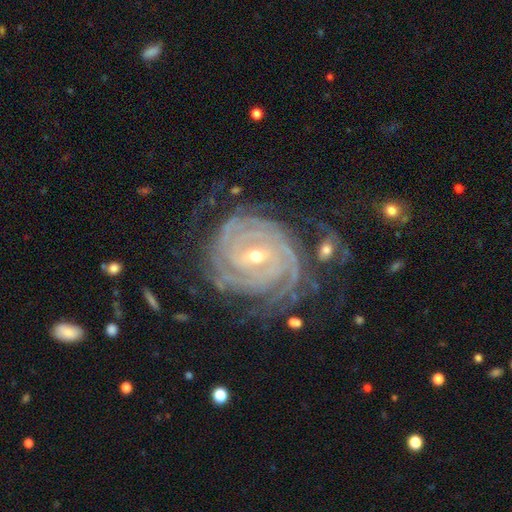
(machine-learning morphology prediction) This appears to be a featured or disk galaxy (92%) with a weak bar (45%), 4 (31%) tight (87%) spiral arms (99%) and a small central bulge (54%). Merging: none (73%).